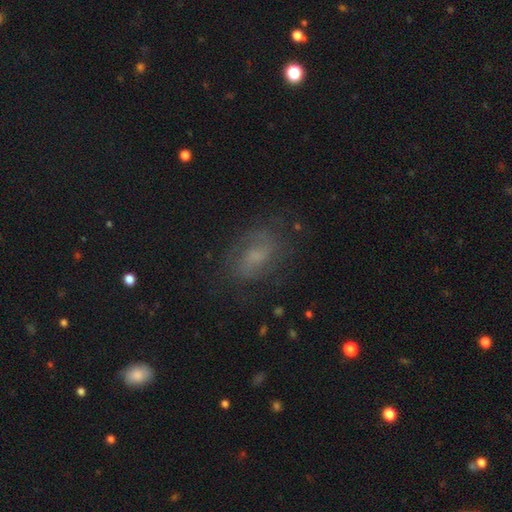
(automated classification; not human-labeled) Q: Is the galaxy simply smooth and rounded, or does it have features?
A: featured or disk — 50%.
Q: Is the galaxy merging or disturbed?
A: none — 71%.